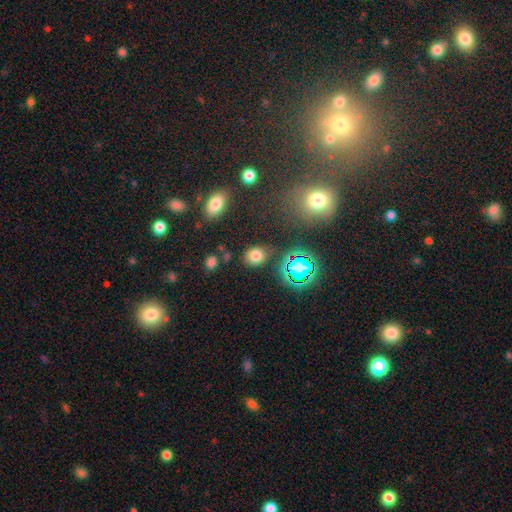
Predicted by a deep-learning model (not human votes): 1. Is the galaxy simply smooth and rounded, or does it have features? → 73% smooth, 19% star or artifact, 7% featured or disk.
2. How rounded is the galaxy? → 51% in between, 47% round, 1% cigar-shaped.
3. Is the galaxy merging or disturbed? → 80% none, 12% minor disturbance, 4% major disturbance, 4% merger.